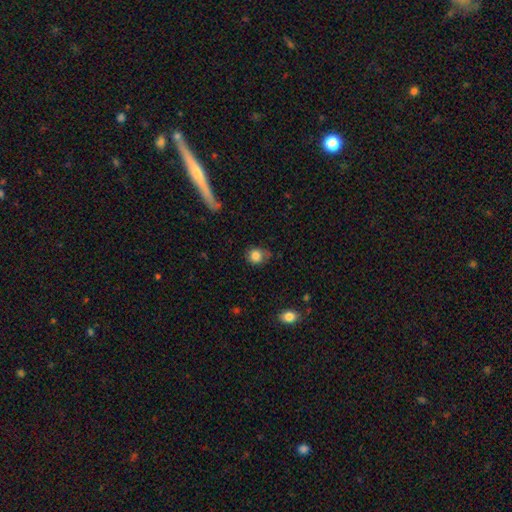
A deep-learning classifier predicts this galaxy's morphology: smooth 83%, star or artifact 10%, featured or disk 7%. Down the decision tree: how rounded — round (77%); merging — none (60%).